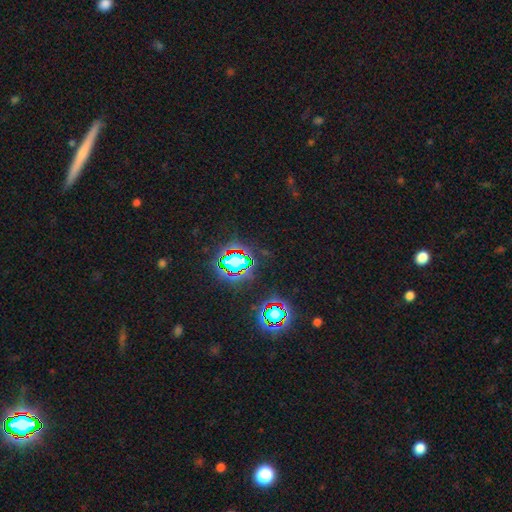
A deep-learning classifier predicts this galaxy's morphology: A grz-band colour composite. It shows a star or artifact, not a galaxy (81%).